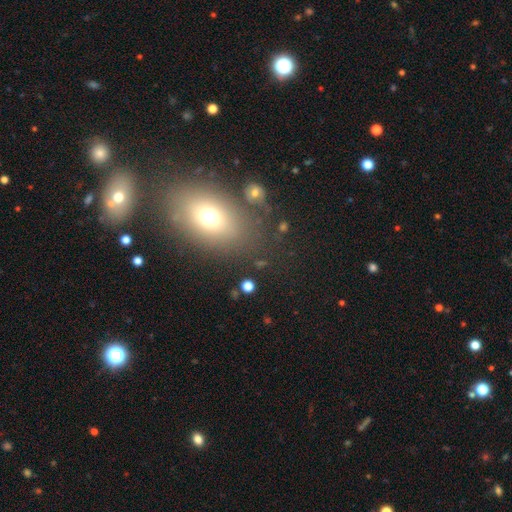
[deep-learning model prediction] Smooth or featured: smooth — 62% (star or artifact — 22%)
How rounded: in between — 77% (round — 21%)
Merging: none — 77% (minor disturbance — 11%)